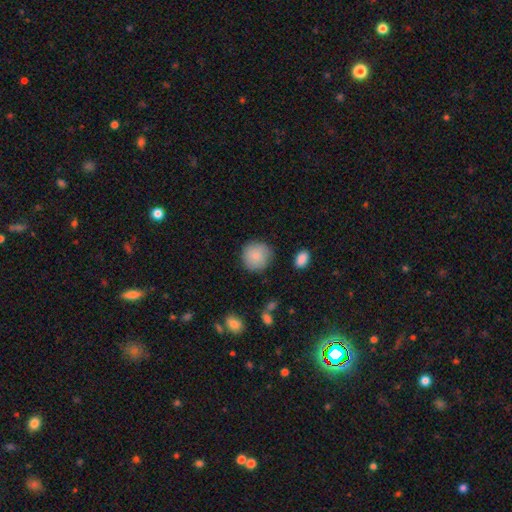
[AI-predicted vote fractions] smooth_or_featured: smooth (p=0.86) [alt: star or artifact p=0.07]
how_rounded: round (p=0.92) [alt: in between p=0.07]
merging: none (p=0.85) [alt: minor disturbance p=0.11]